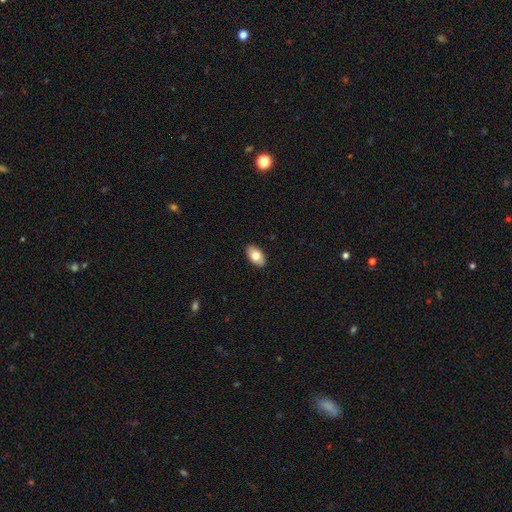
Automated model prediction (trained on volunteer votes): Overall: smooth (77%). How rounded: in between (93%). Merging: none (90%).